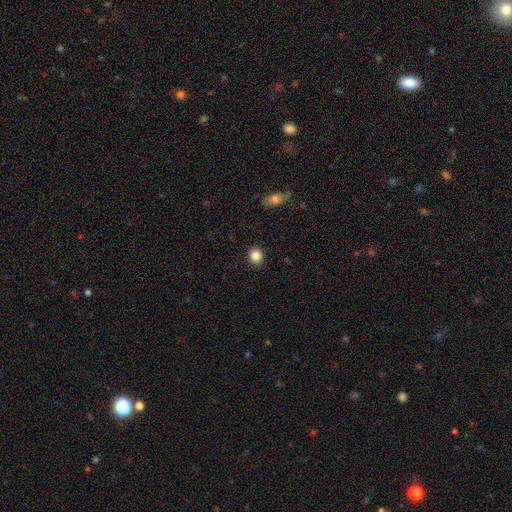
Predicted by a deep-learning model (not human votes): This is clearly a smooth galaxy (86%). How rounded: clearly round (82%). Merging: clearly none (91%).